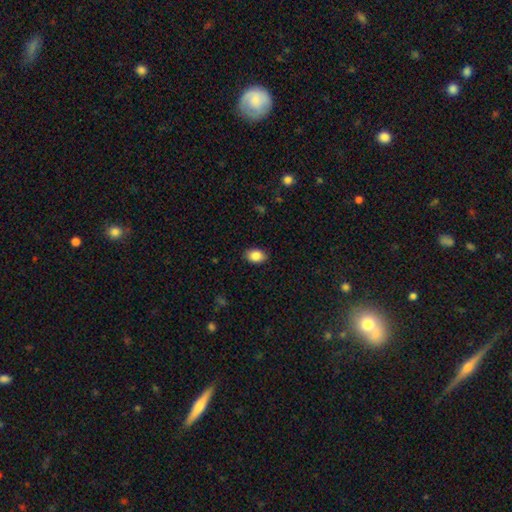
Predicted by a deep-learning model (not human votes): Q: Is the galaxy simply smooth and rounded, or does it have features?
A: smooth — 87%.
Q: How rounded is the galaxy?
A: in between — 80%.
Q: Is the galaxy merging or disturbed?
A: none — 88%.